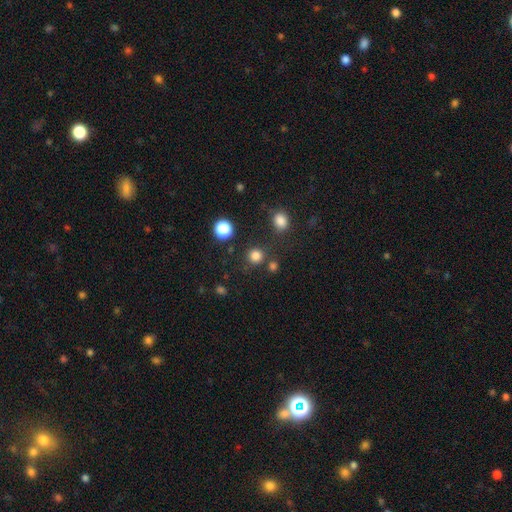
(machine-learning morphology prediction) Smooth or featured?
  - smooth: 80% *
  - star or artifact: 16%
  - featured or disk: 4%
How rounded?
  - round: 91% *
  - in between: 8%
  - cigar-shaped: 1%
Merging?
  - none: 81% *
  - merger: 8%
  - minor disturbance: 7%
  - major disturbance: 4%